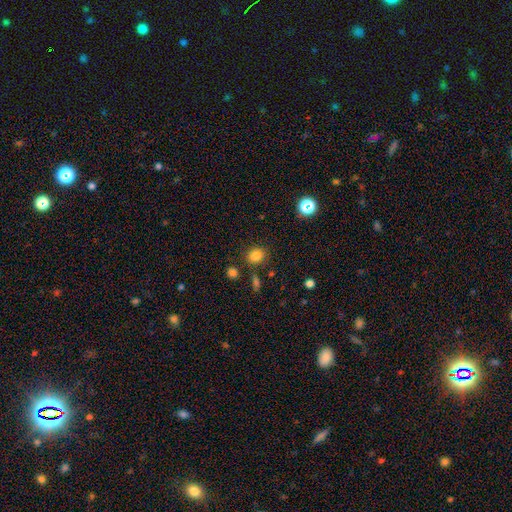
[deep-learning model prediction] Smooth or featured?
  - smooth: 83% *
  - star or artifact: 12%
  - featured or disk: 5%
How rounded?
  - round: 67% *
  - in between: 32%
  - cigar-shaped: 1%
Merging?
  - none: 82% *
  - minor disturbance: 9%
  - merger: 5%
  - major disturbance: 3%